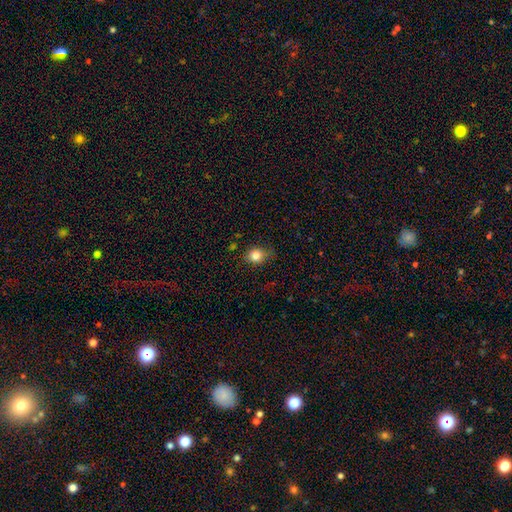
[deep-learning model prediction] smooth-or-featured: smooth: 81% | star or artifact: 11% | featured or disk: 8%
  how-rounded: round: 67% | in between: 32% | cigar-shaped: 1%
  merging: none: 72% | minor disturbance: 22% | major disturbance: 5% | merger: 1%